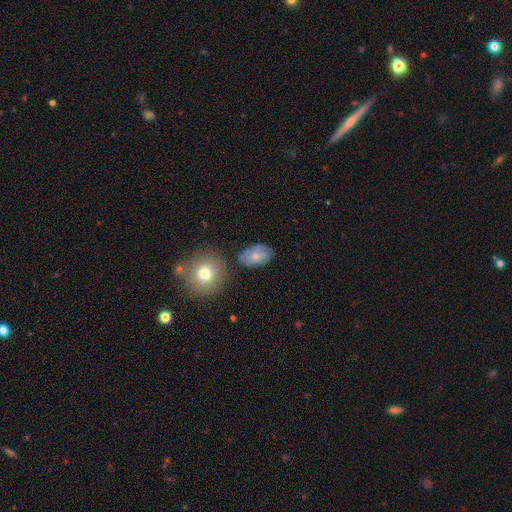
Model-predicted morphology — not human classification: This appears to be a smooth galaxy with no disk features (48%). Merging: none (61%).